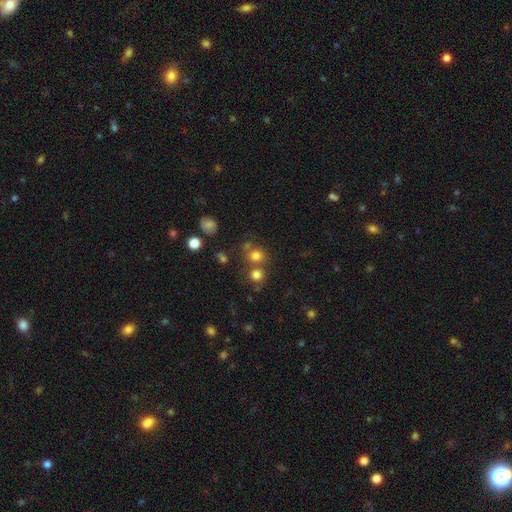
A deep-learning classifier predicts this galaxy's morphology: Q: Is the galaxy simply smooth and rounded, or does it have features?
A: smooth — 75%.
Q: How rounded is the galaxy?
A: round — 84%.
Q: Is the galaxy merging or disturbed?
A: none — 63%.